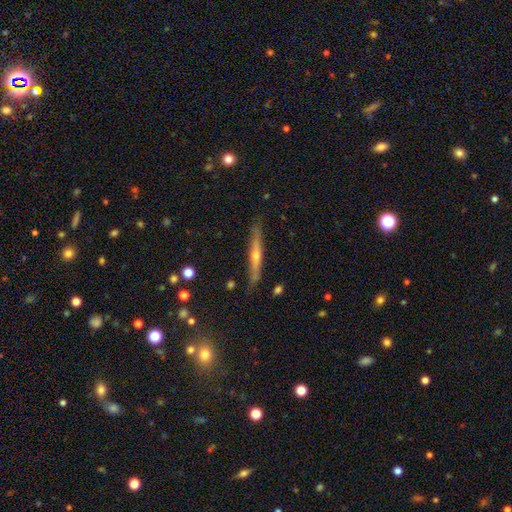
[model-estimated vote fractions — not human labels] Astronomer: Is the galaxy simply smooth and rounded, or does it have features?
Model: featured or disk — 69%.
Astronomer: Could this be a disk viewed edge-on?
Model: yes — 95%.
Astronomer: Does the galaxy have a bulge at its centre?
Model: rounded — 80%.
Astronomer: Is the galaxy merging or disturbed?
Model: none — 84%.